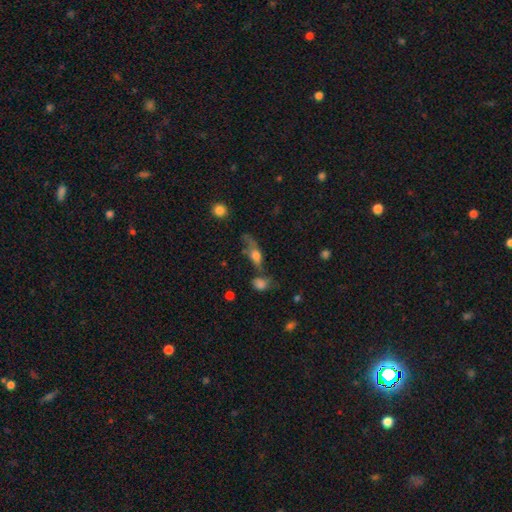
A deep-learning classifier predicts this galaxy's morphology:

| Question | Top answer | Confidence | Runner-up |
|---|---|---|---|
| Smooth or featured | smooth | 57% | featured or disk (30%) |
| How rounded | in between | 65% | cigar-shaped (24%) |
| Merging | none | 34% | major disturbance (23%) |